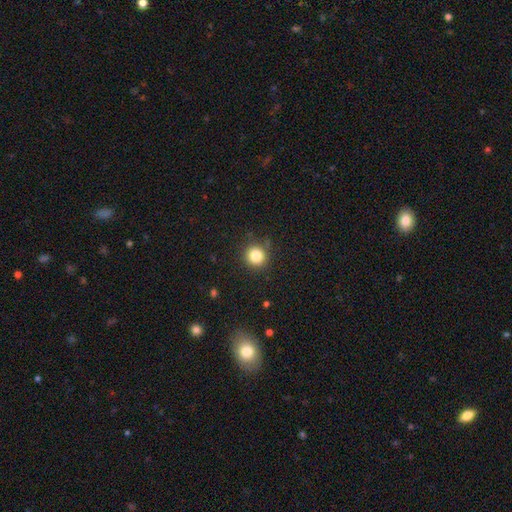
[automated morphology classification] This is clearly a smooth galaxy (82%). How rounded: clearly round (93%). Merging: clearly none (87%).